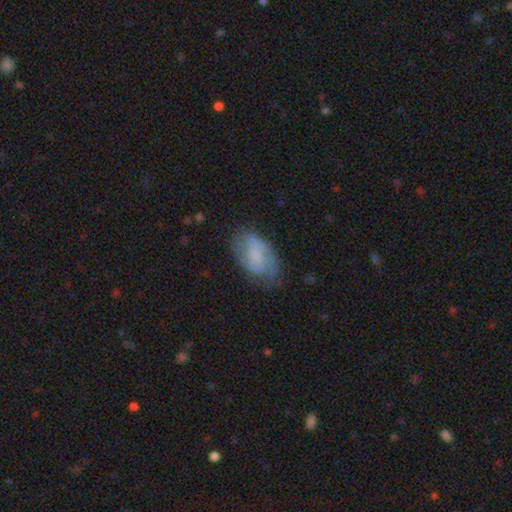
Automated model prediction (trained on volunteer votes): Smooth or featured: featured or disk — 55% (smooth — 37%)
Edge-on disk: no — 96% (yes — 4%)
Bar: no — 54% (weak — 38%)
Spiral arms: yes — 84% (no — 16%)
Bulge size: none — 41% (small — 33%)
Merging: none — 65% (minor disturbance — 24%)